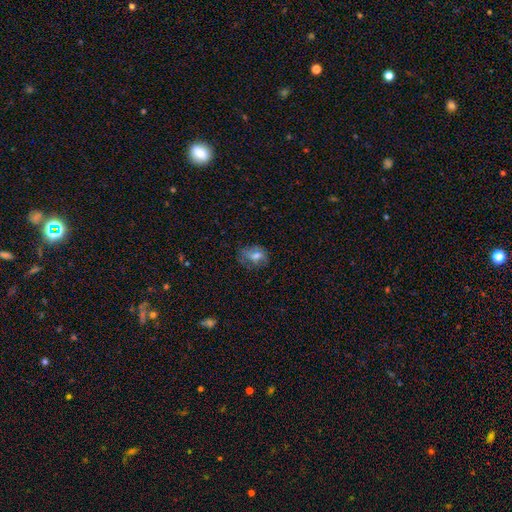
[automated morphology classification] This appears to be a smooth galaxy with no disk features (57%) that is in between round and cigar-shaped (65%). Merging: none (55%).